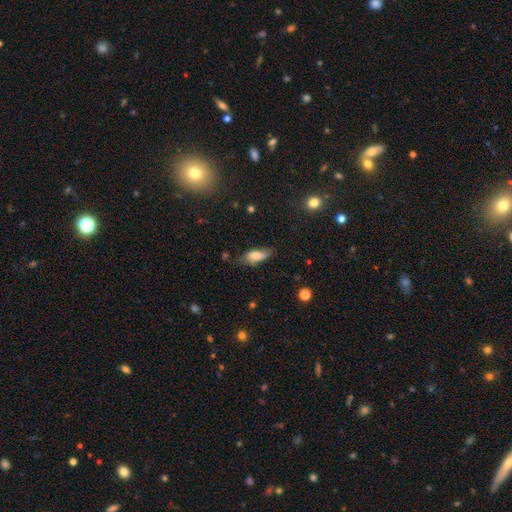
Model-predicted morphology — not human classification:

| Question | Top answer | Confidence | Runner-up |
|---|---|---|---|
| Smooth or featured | smooth | 70% | featured or disk (22%) |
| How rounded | in between | 73% | cigar-shaped (24%) |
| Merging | none | 65% | minor disturbance (26%) |